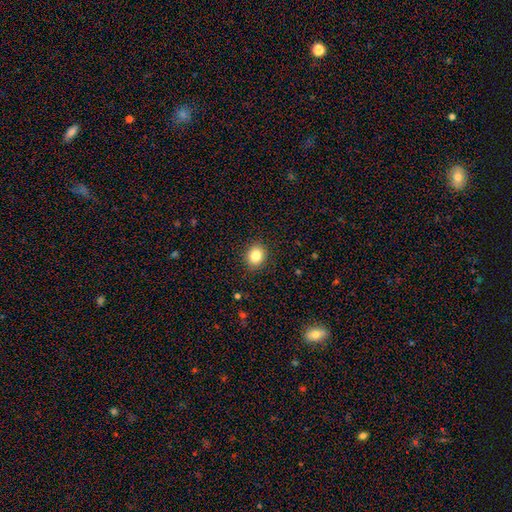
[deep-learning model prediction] This appears to be a smooth galaxy with no disk features (83%) that is round (73%). Merging: none (90%).